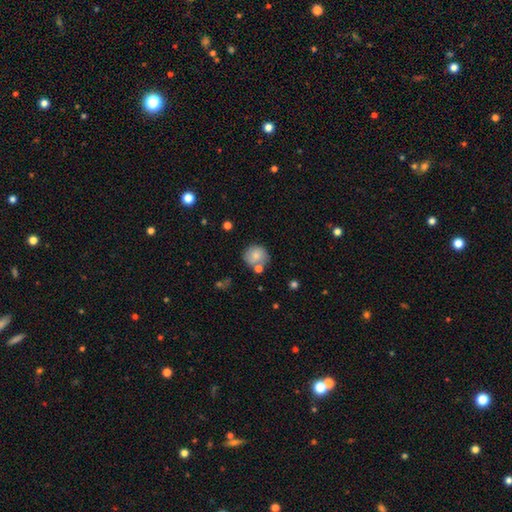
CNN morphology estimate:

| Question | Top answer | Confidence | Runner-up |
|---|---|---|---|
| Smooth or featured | smooth | 76% | featured or disk (16%) |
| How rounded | round | 86% | in between (13%) |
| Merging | none | 65% | minor disturbance (16%) |